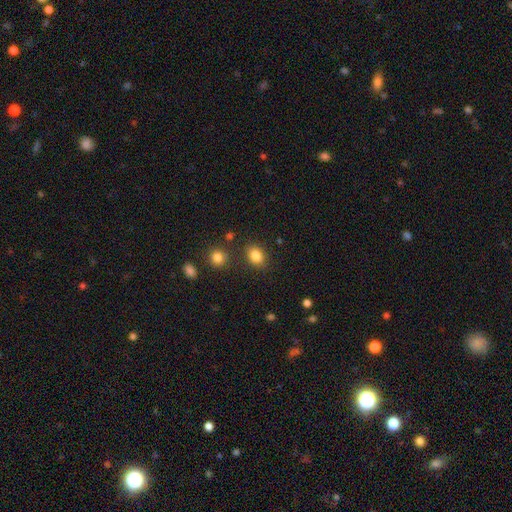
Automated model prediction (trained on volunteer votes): Smooth or featured: smooth — 84% (star or artifact — 10%)
How rounded: in between — 64% (round — 35%)
Merging: none — 82% (minor disturbance — 10%)